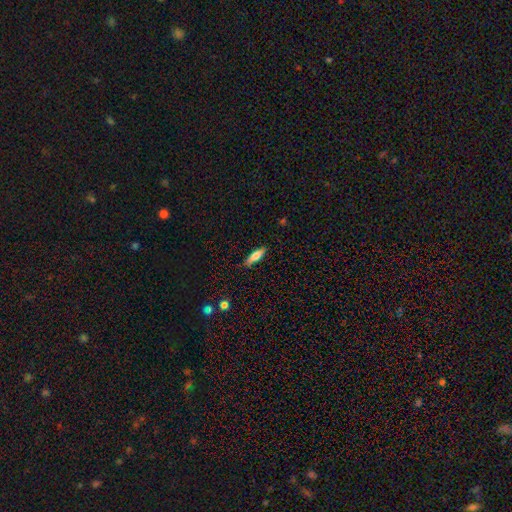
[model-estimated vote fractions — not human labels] This is likely a smooth galaxy (66%). How rounded: possibly cigar-shaped (60%). Merging: clearly none (84%).